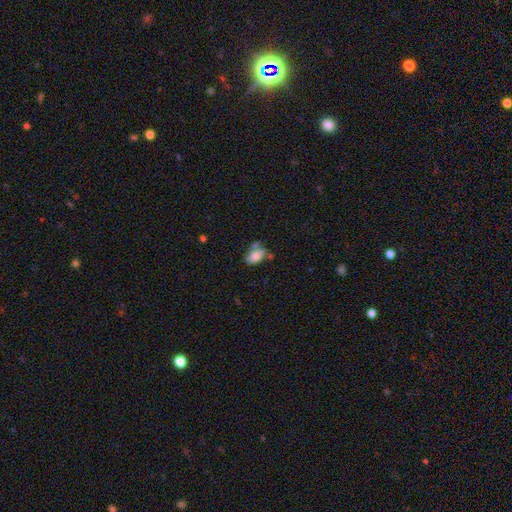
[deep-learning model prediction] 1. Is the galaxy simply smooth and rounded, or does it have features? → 73% smooth, 18% featured or disk, 9% star or artifact.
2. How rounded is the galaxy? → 87% in between, 11% round, 2% cigar-shaped.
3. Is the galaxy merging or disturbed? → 39% none, 28% minor disturbance, 20% merger, 13% major disturbance.